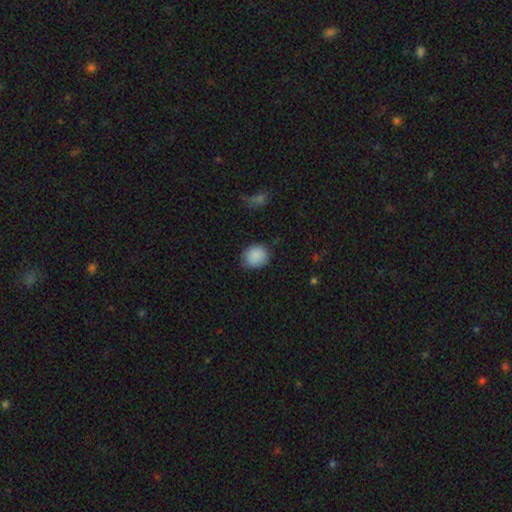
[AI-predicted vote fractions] This appears to be a smooth galaxy with no disk features (88%) that is round (71%). Merging: none (77%).